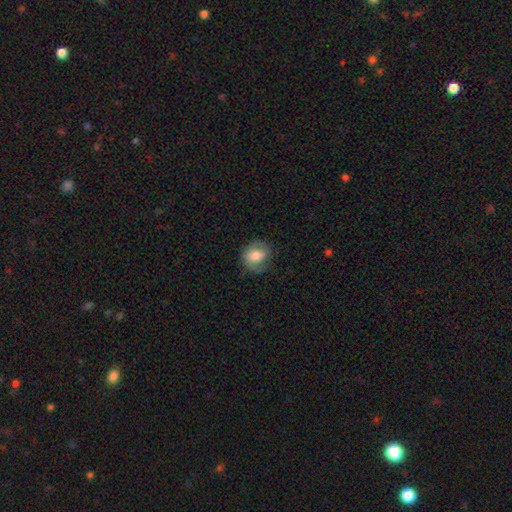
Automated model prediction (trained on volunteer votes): Smooth or featured? Predicted: smooth (p=0.64). How rounded? Predicted: round (p=0.58). Merging? Predicted: none (p=0.63).